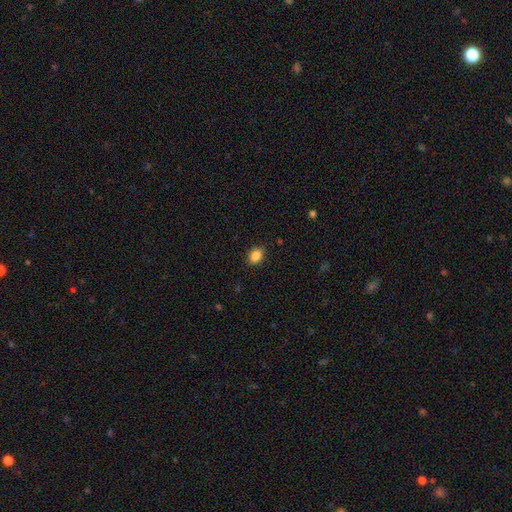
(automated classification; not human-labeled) Smooth or featured? smooth (87%)
How rounded? in between (74%)
Merging? none (88%)